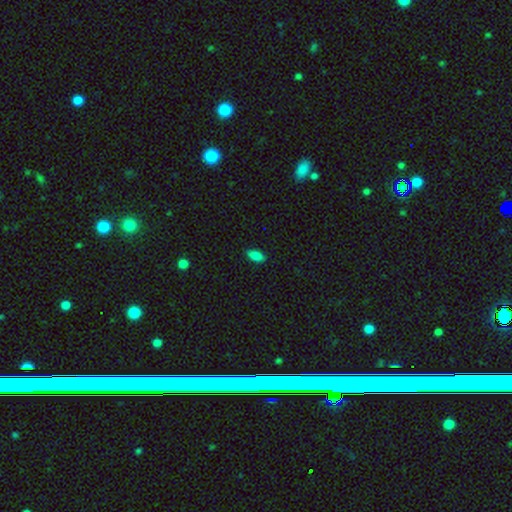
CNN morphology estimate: The model was most divided on "merging": none: 84%, minor disturbance: 13%, major disturbance: 2%, merger: 1%. More confident: how rounded — in between (89%); smooth or featured — smooth (85%).